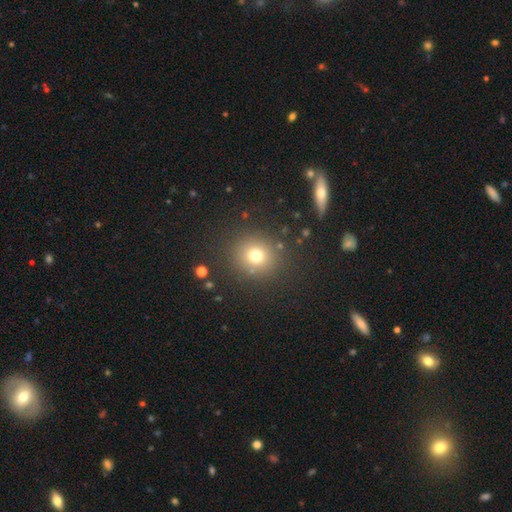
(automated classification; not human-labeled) The model was most divided on "smooth or featured": smooth: 74%, star or artifact: 17%, featured or disk: 9%. More confident: how rounded — round (88%); merging — none (86%).